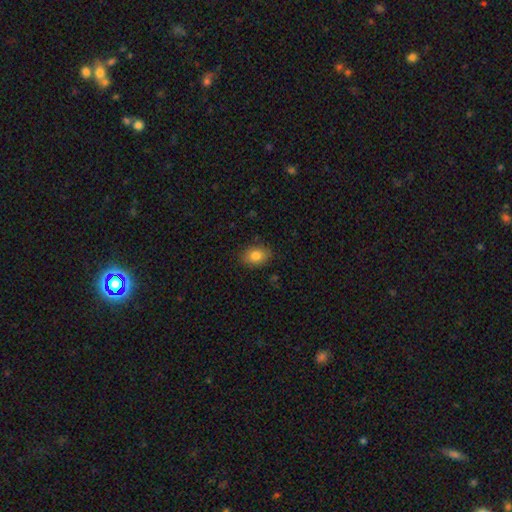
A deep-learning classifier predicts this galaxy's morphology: Smooth or featured? Predicted: smooth (p=0.84). How rounded? Predicted: in between (p=0.74). Merging? Predicted: none (p=0.86).